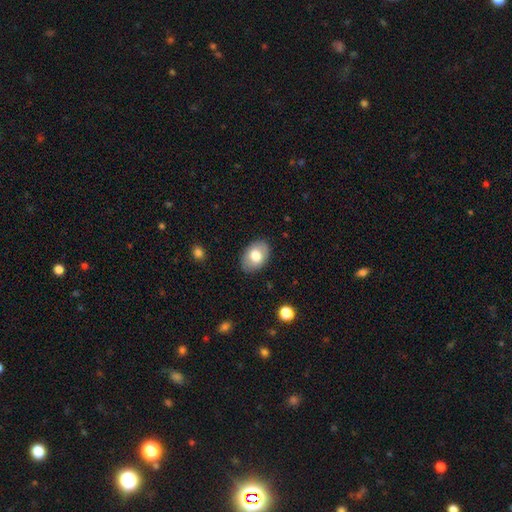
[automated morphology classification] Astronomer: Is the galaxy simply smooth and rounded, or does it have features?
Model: smooth — 76%.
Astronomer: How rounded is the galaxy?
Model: in between — 85%.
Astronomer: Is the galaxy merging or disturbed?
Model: none — 86%.